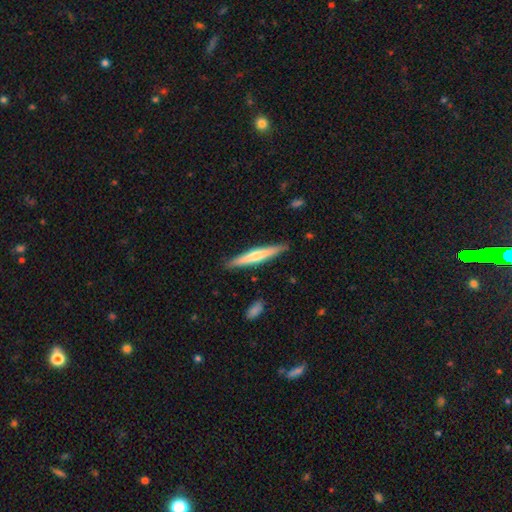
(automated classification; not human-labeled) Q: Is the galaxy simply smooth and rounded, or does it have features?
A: smooth — 48%.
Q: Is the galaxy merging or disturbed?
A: none — 89%.